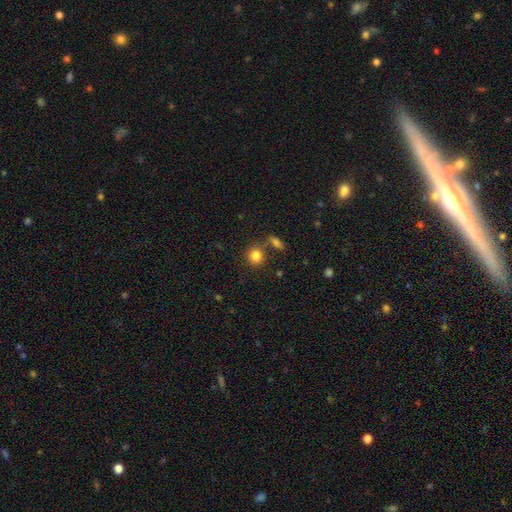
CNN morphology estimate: Smooth or featured? Predicted: smooth (p=0.83). How rounded? Predicted: round (p=0.81). Merging? Predicted: none (p=0.73).